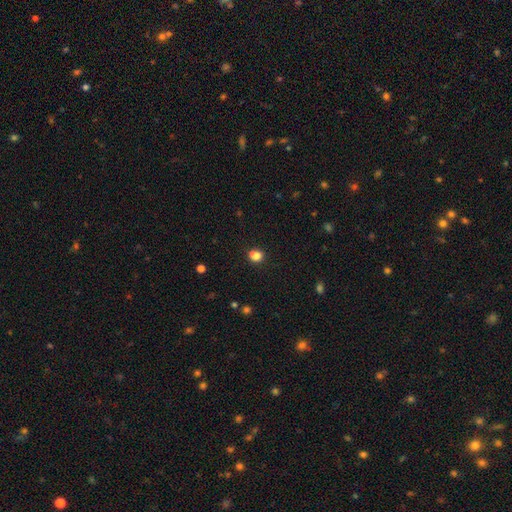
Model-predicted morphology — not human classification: smooth 83%, star or artifact 12%, featured or disk 5%. Down the decision tree: how rounded — round (63%); merging — none (78%).